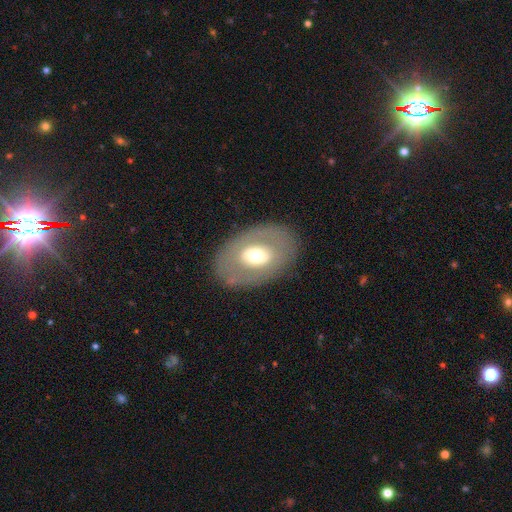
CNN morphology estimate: A smooth galaxy with no disk features (47%). Merging: none (81%).